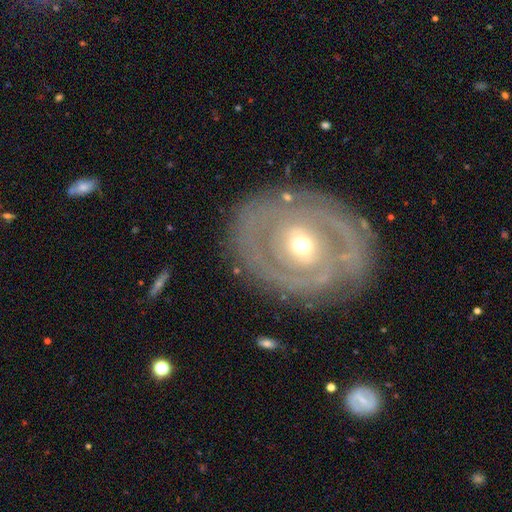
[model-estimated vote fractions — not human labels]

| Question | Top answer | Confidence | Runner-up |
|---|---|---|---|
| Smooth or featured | featured or disk | 80% | smooth (14%) |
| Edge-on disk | no | 96% | yes (4%) |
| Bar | no | 69% | weak (22%) |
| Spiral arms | yes | 69% | no (31%) |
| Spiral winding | tight | 71% | medium (21%) |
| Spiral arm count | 2 | 35% | tied: can't tell (35%) |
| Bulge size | moderate | 66% | small (28%) |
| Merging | none | 78% | minor disturbance (14%) |